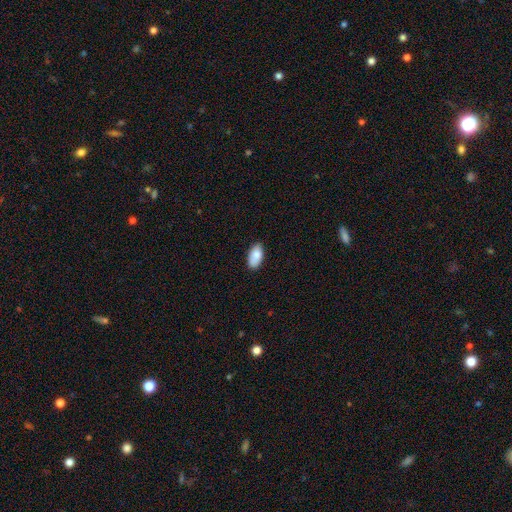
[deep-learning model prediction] Smooth or featured: smooth — 86% (featured or disk — 7%)
How rounded: in between — 94% (cigar-shaped — 3%)
Merging: none — 84% (minor disturbance — 13%)